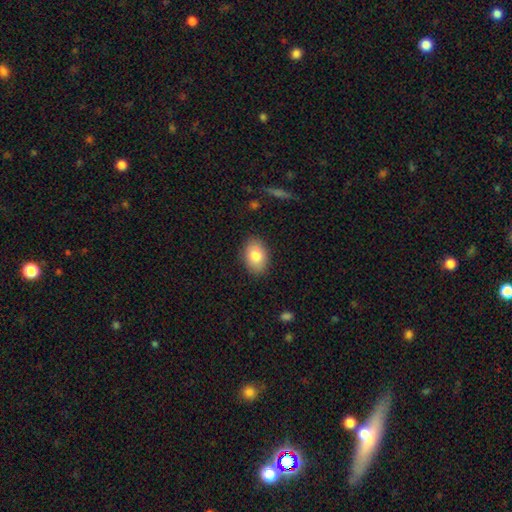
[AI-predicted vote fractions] Smooth or featured? Predicted: smooth (p=0.80). How rounded? Predicted: in between (p=0.81). Merging? Predicted: none (p=0.87).